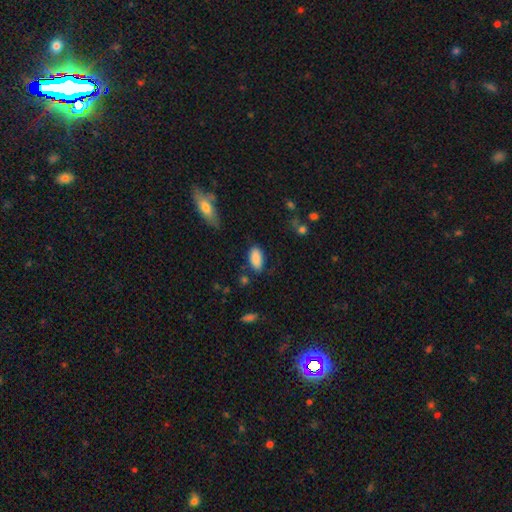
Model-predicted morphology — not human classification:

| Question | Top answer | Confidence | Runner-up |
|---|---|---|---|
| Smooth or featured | smooth | 89% | star or artifact (7%) |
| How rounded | in between | 94% | cigar-shaped (4%) |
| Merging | none | 78% | minor disturbance (15%) |